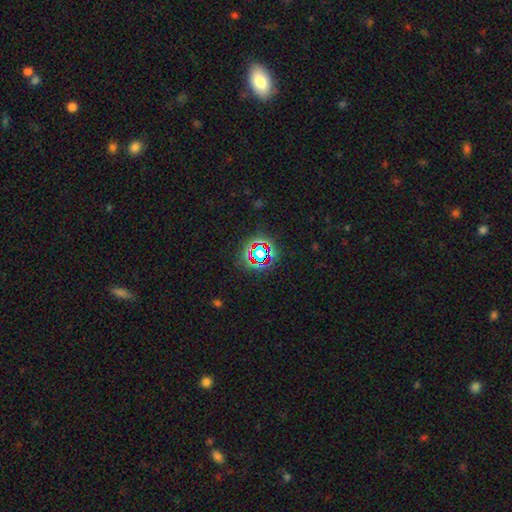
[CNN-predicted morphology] A star or artifact, not a galaxy (71%).

Vote fractions:
- Smooth or featured? star or artifact: 71% / smooth: 17% / featured or disk: 11%